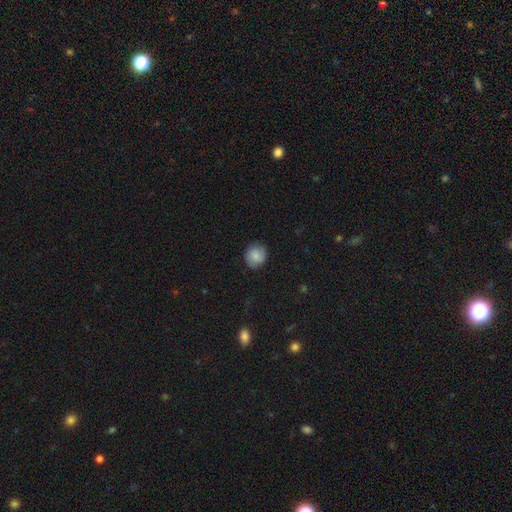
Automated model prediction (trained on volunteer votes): Smooth or featured: smooth — 78% (featured or disk — 14%)
How rounded: round — 85% (in between — 14%)
Merging: none — 86% (minor disturbance — 10%)